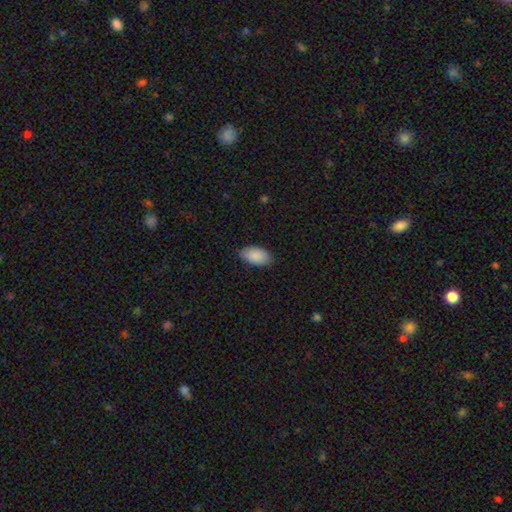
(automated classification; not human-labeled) smooth 90%, star or artifact 6%, featured or disk 4%. Down the decision tree: how rounded — in between (95%); merging — none (83%).